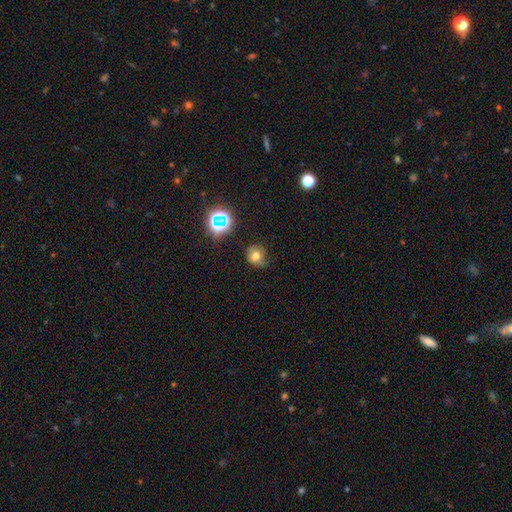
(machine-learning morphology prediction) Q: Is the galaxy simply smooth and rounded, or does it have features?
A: smooth — 64%.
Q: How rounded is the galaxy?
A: round — 81%.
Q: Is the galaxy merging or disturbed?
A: none — 56%.